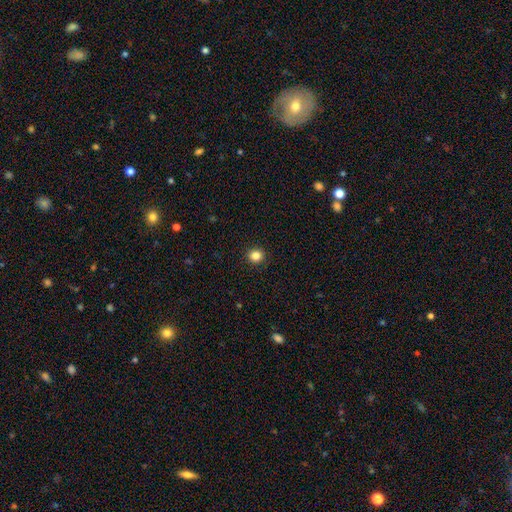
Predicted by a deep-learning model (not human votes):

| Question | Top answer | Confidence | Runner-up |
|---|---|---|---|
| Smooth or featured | smooth | 85% | star or artifact (11%) |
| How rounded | round | 85% | in between (14%) |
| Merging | none | 92% | minor disturbance (6%) |